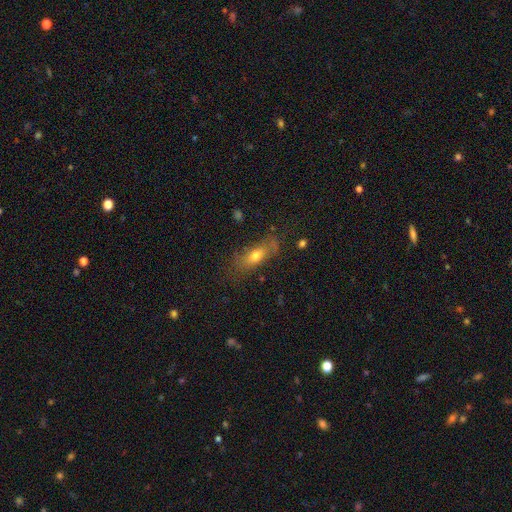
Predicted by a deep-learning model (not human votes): A smooth galaxy with no disk features (65%) that is in between round and cigar-shaped (70%). Merging: none (62%).